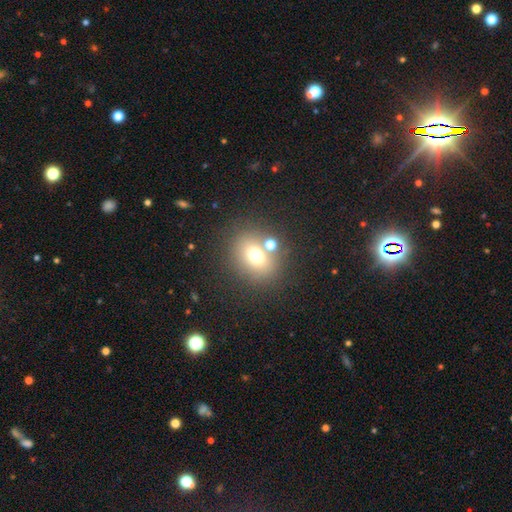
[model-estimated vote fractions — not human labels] Smooth or featured? smooth (67%)
How rounded? round (62%)
Merging? none (65%)